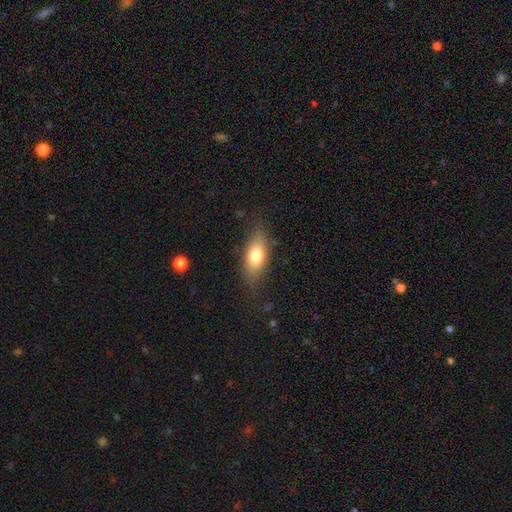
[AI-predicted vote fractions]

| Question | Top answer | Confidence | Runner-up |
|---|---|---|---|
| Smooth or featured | smooth | 75% | featured or disk (18%) |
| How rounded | in between | 79% | cigar-shaped (16%) |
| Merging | none | 79% | minor disturbance (15%) |